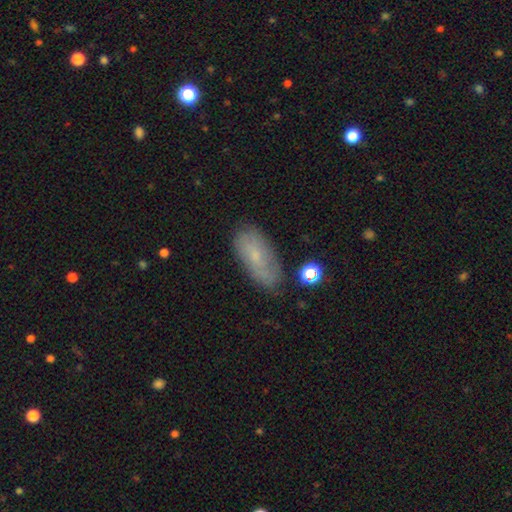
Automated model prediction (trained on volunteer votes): A smooth galaxy with no disk features (59%) that is in between round and cigar-shaped (83%). Merging: none (71%).